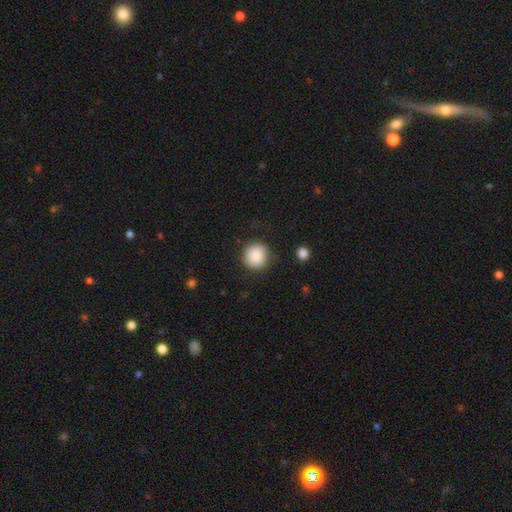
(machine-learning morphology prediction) A smooth galaxy with no disk features (88%) that is round (93%). Merging: none (84%).